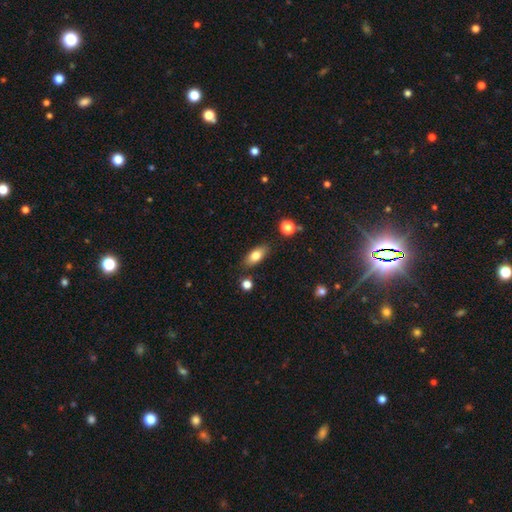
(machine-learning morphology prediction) A smooth galaxy with no disk features (78%) that is in between round and cigar-shaped (84%). Merging: none (83%).